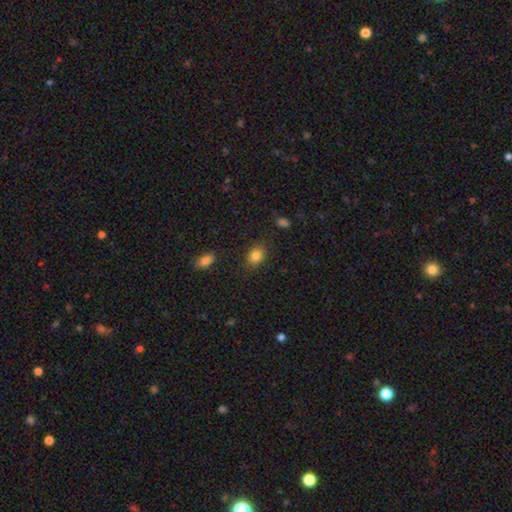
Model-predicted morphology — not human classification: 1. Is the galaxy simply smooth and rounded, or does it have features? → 84% smooth, 10% star or artifact, 6% featured or disk.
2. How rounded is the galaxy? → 67% in between, 32% round, 1% cigar-shaped.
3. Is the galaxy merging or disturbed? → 84% none, 11% minor disturbance, 3% major disturbance, 2% merger.